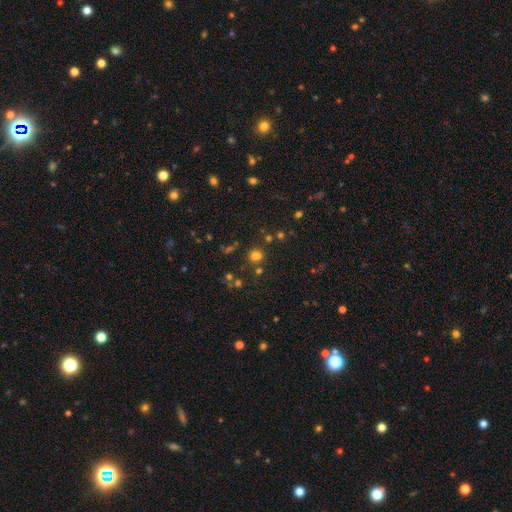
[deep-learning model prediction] Smooth or featured: smooth — 68% (star or artifact — 25%)
How rounded: round — 80% (in between — 19%)
Merging: none — 75% (merger — 11%)